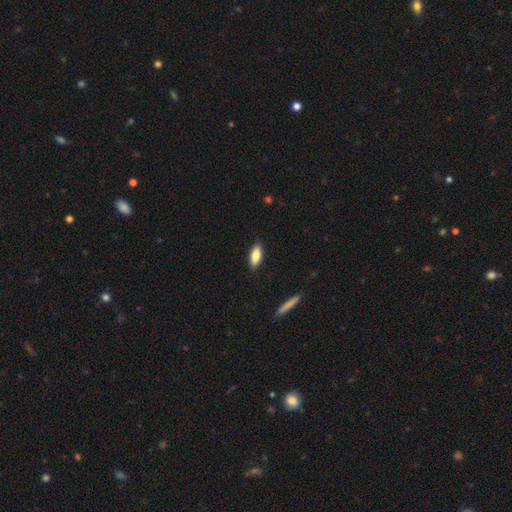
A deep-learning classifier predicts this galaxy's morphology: Smooth or featured? smooth (84%)
How rounded? in between (75%)
Merging? none (88%)